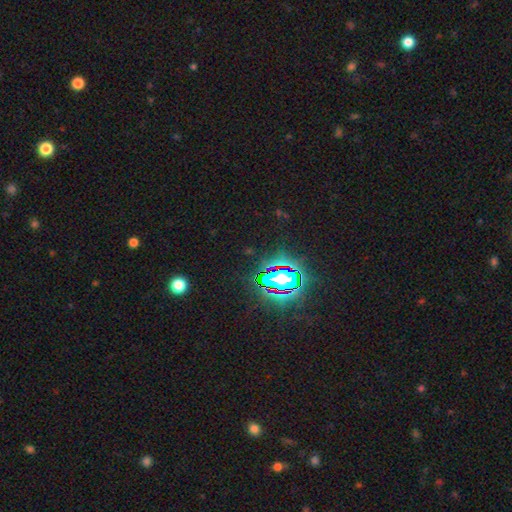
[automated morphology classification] A star or artifact, not a galaxy (82%).

Vote fractions:
- Smooth or featured? star or artifact: 82% / smooth: 11% / featured or disk: 8%